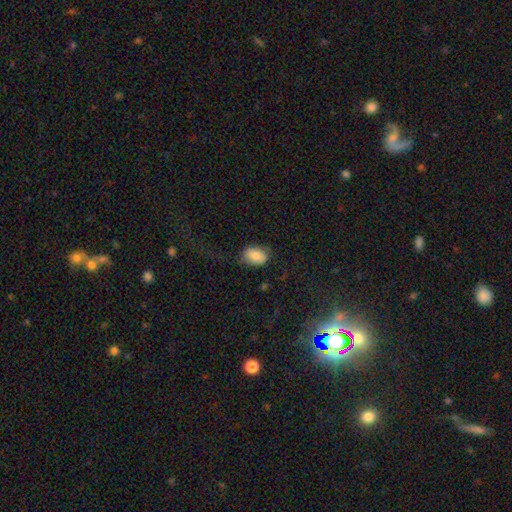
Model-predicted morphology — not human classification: type=smooth (83%); roundness=in between (83%); merging=none (61%).